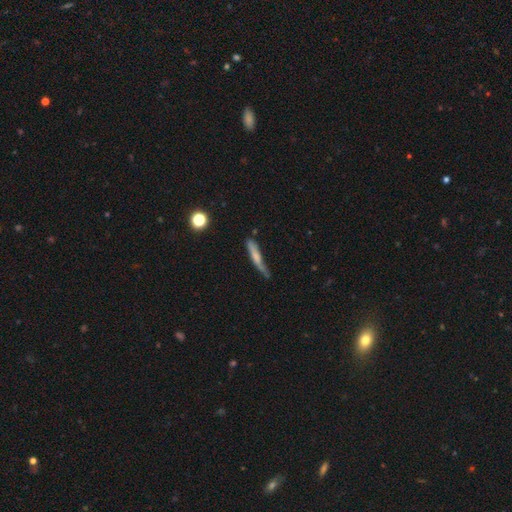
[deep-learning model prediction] A smooth galaxy with no disk features (58%) that is cigar-shaped (91%). Merging: none (52%).